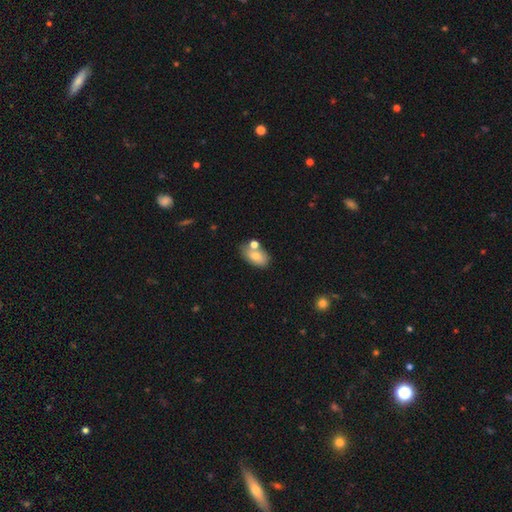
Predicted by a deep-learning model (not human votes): A smooth galaxy with no disk features (72%) that is in between round and cigar-shaped (89%). Merging: none (54%).